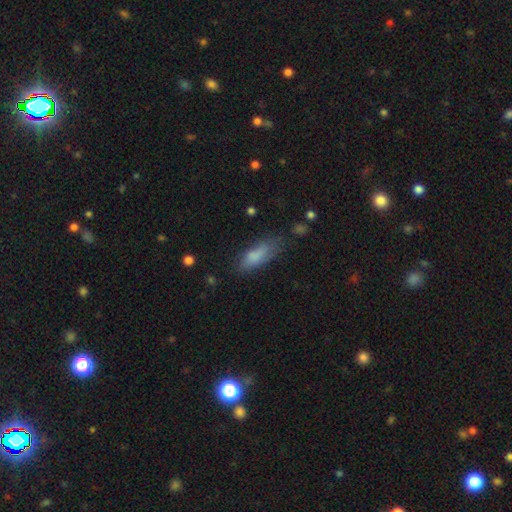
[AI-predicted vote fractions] smooth_or_featured: smooth (p=0.79) [alt: featured or disk p=0.13]
how_rounded: in between (p=0.63) [alt: cigar-shaped p=0.35]
merging: none (p=0.56) [alt: minor disturbance p=0.29]